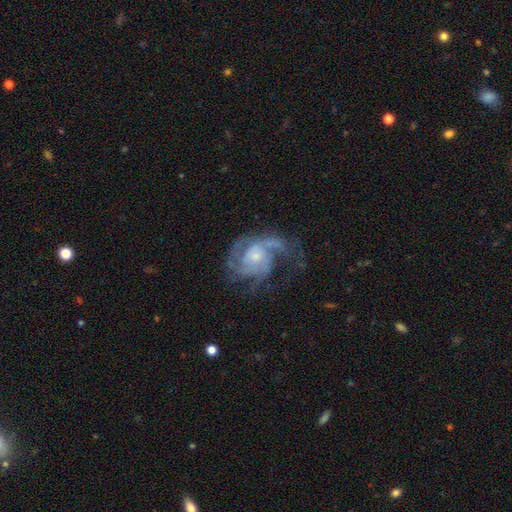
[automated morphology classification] This appears to be a featured or disk galaxy (85%) with no bar (68%), 3 (27%) medium (47%) spiral arms (93%) and a small central bulge (61%). Merging: none (48%).